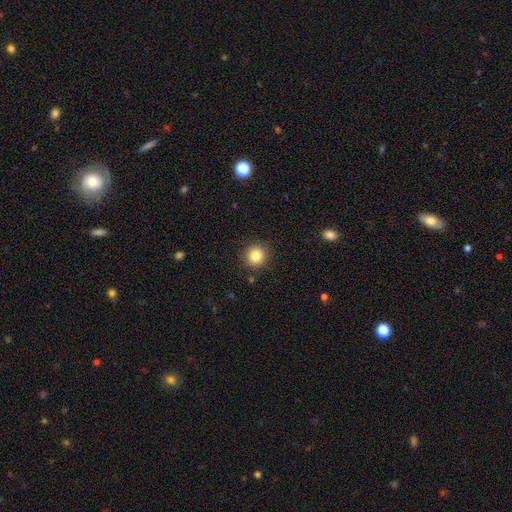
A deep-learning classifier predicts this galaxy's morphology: Q: Smooth or featured?
A: smooth (84%); runner-up: star or artifact (11%)
Q: How rounded?
A: round (92%); runner-up: in between (7%)
Q: Merging?
A: none (90%); runner-up: minor disturbance (6%)